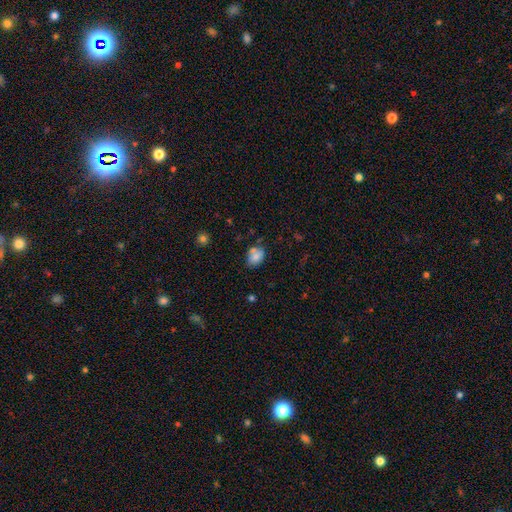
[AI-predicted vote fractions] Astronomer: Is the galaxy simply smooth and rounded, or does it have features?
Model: smooth — 75%.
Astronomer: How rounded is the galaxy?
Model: in between — 72%.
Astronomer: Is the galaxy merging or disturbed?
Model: none — 55%.